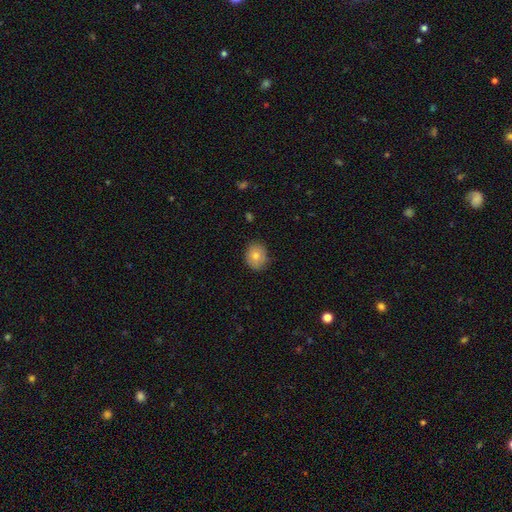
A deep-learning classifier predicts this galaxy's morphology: The model was most divided on "how rounded": round: 67%, in between: 32%, cigar-shaped: 1%. More confident: merging — none (83%); smooth or featured — smooth (78%).